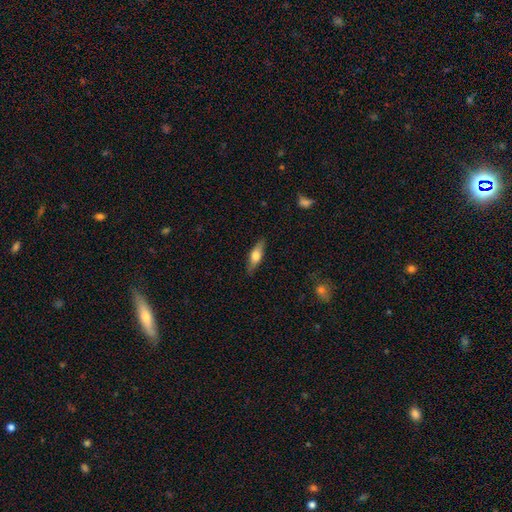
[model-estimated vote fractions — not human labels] A smooth galaxy with no disk features (55%) that is cigar-shaped (49%). Merging: none (85%).